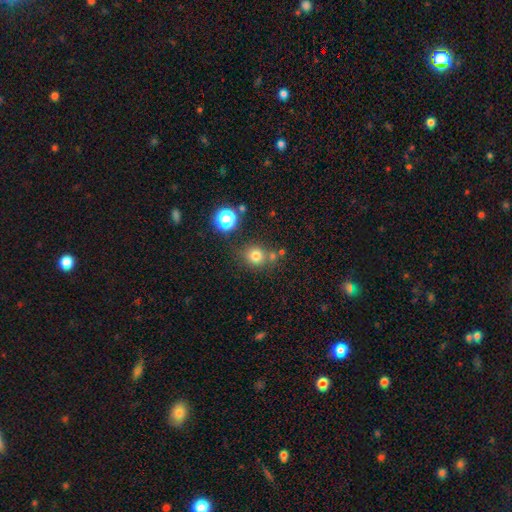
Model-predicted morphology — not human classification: This appears to be a smooth galaxy with no disk features (76%) that is round (87%). Merging: none (72%).